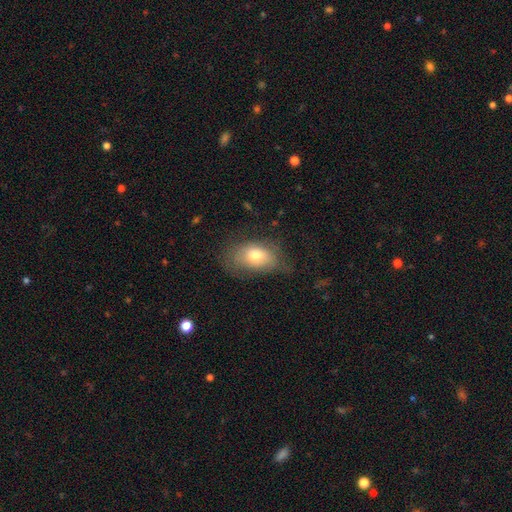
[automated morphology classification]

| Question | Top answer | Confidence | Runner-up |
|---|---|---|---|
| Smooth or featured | smooth | 73% | featured or disk (17%) |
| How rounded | in between | 84% | round (14%) |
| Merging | none | 60% | minor disturbance (27%) |